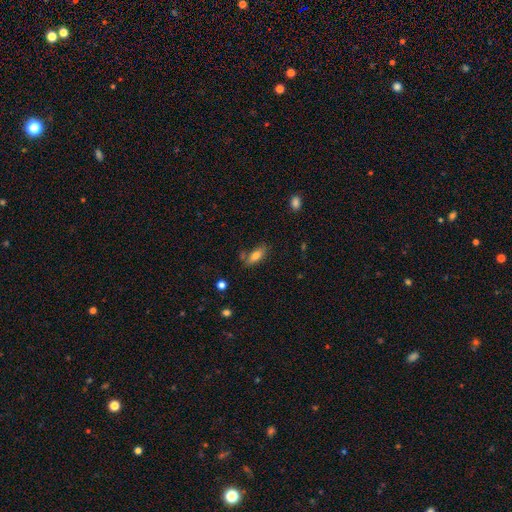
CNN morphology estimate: Smooth or featured: smooth — 77% (featured or disk — 15%)
How rounded: in between — 75% (cigar-shaped — 22%)
Merging: none — 68% (minor disturbance — 18%)